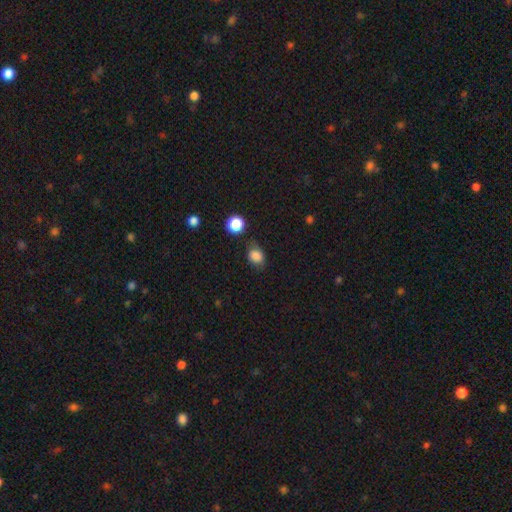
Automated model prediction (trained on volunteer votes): The model was most divided on "how rounded": in between: 50%, round: 49%, cigar-shaped: 1%. More confident: smooth or featured — smooth (83%); merging — none (70%).